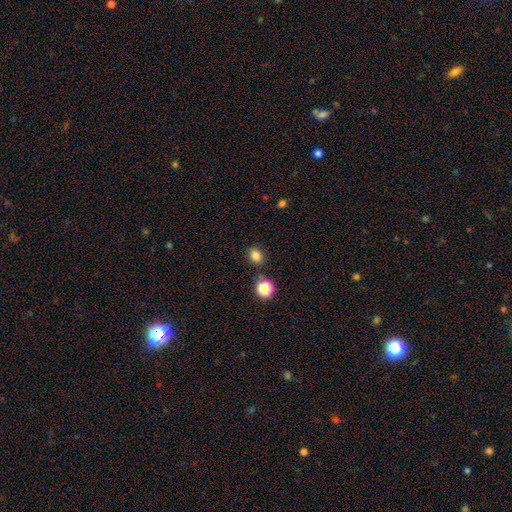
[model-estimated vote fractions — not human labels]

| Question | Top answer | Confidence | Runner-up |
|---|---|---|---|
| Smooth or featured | smooth | 82% | star or artifact (14%) |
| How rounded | round | 53% | in between (46%) |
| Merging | none | 82% | minor disturbance (10%) |